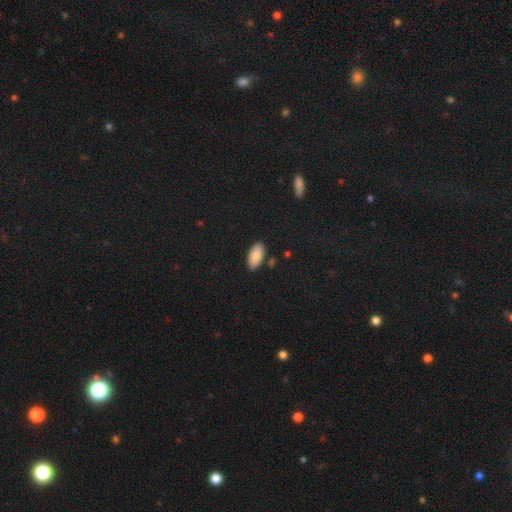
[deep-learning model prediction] Smooth or featured? smooth (86%)
How rounded? in between (93%)
Merging? none (85%)